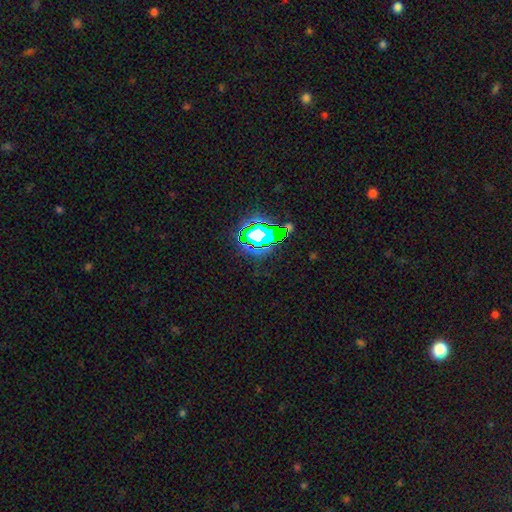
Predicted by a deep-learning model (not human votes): A star or artifact, not a galaxy (76%).